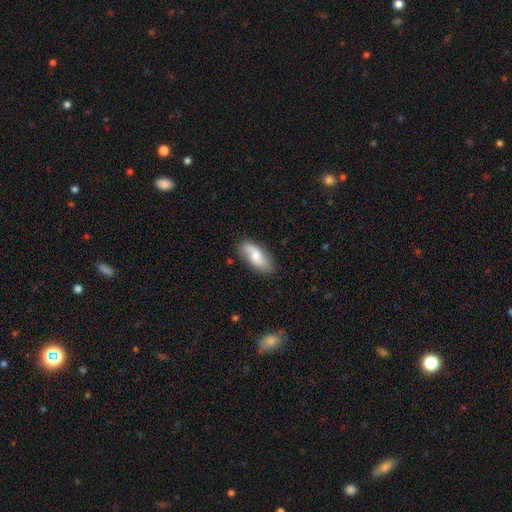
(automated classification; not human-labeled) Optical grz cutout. It shows a smooth galaxy with no disk features (58%) that is in between round and cigar-shaped (85%). Merging: none (75%).